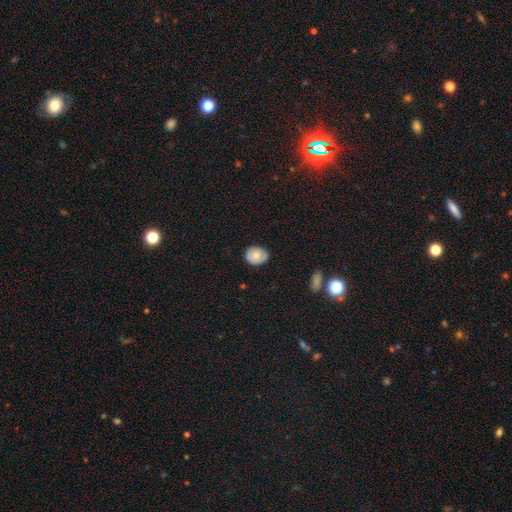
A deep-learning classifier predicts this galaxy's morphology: A smooth galaxy with no disk features (72%) that is round (59%). Merging: none (74%).